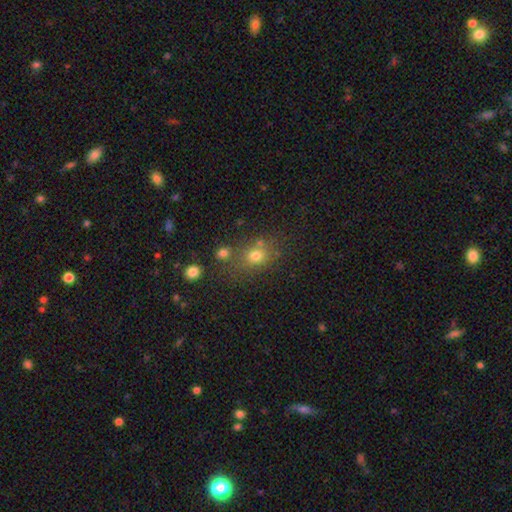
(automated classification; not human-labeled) Smooth or featured?
  - smooth: 72% *
  - star or artifact: 17%
  - featured or disk: 11%
How rounded?
  - round: 59% *
  - in between: 40%
  - cigar-shaped: 1%
Merging?
  - none: 64% *
  - merger: 16%
  - minor disturbance: 14%
  - major disturbance: 6%